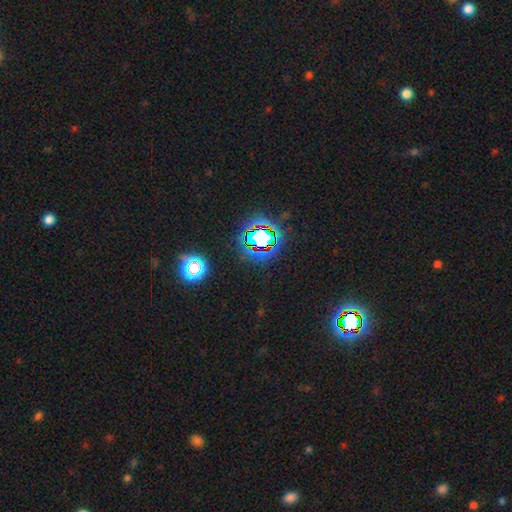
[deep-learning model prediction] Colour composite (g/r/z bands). It shows a star or artifact, not a galaxy (80%).